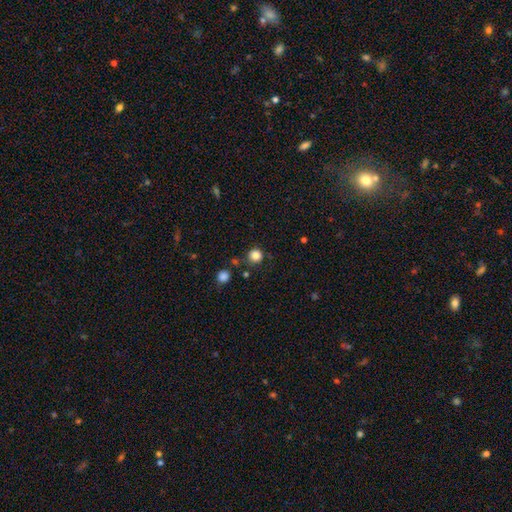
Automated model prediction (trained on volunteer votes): Overall: smooth (84%). How rounded: round (93%). Merging: none (83%).